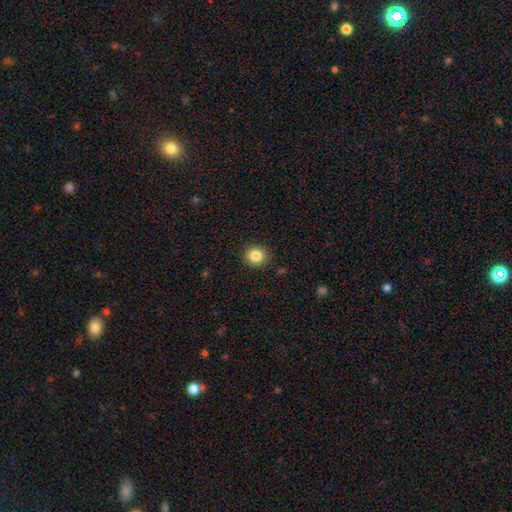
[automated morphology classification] smooth 85%, star or artifact 10%, featured or disk 6%. Down the decision tree: how rounded — round (85%); merging — none (90%).